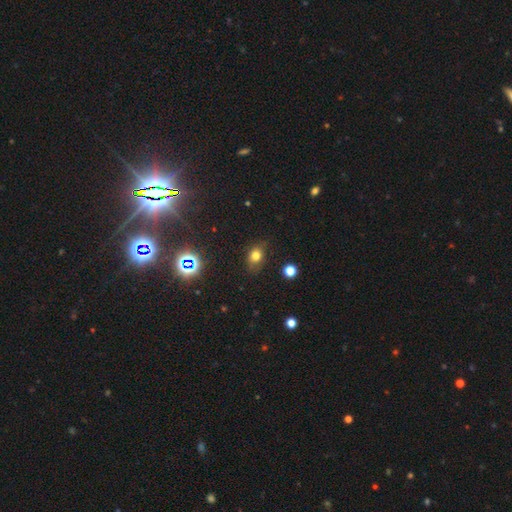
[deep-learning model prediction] smooth-or-featured: smooth: 74% | star or artifact: 18% | featured or disk: 9%
  how-rounded: in between: 58% | round: 40% | cigar-shaped: 2%
  merging: none: 76% | minor disturbance: 18% | major disturbance: 5% | merger: 2%